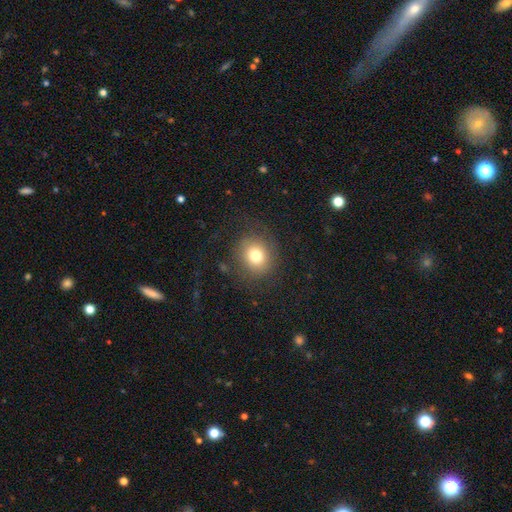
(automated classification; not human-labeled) A smooth galaxy with no disk features (76%) that is round (79%). Merging: none (77%).